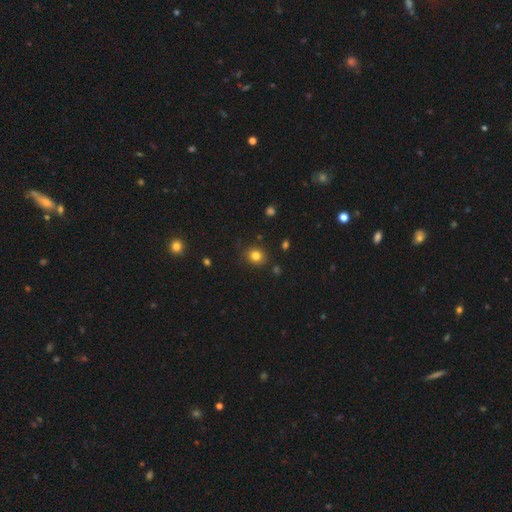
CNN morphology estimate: type=smooth (81%); roundness=round (76%); merging=none (85%).